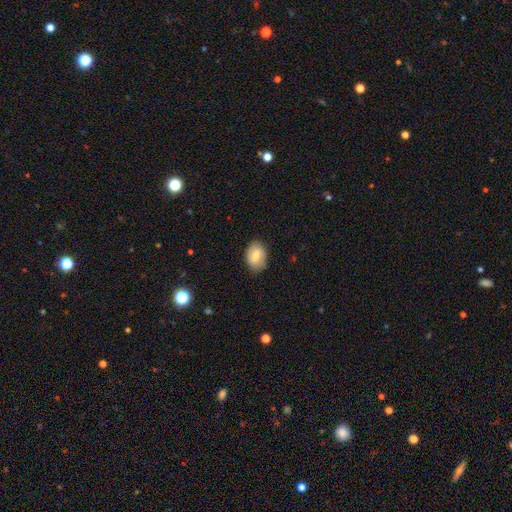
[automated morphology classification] Smooth or featured?
  - smooth: 55% *
  - featured or disk: 37%
  - star or artifact: 8%
How rounded?
  - in between: 76% *
  - round: 23%
  - cigar-shaped: 1%
Merging?
  - none: 82% *
  - minor disturbance: 14%
  - major disturbance: 3%
  - merger: 1%